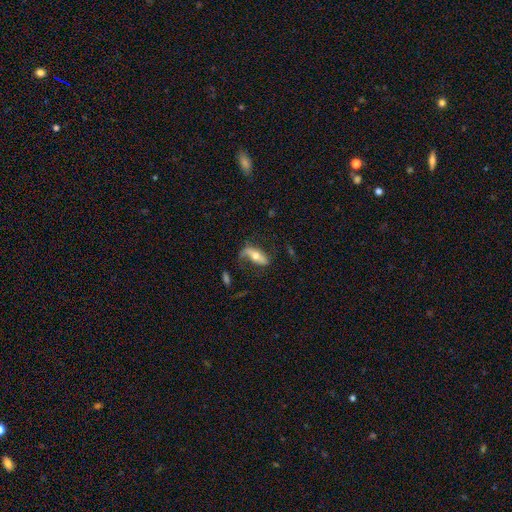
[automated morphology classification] This appears to be a featured or disk galaxy (58%). Merging: none (54%).